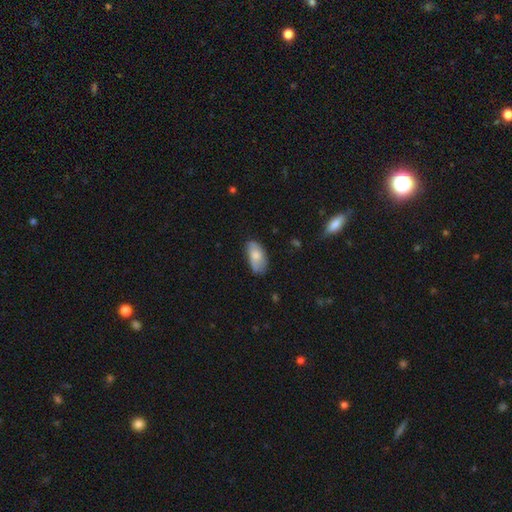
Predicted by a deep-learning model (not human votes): The model was most divided on "merging": none: 65%, minor disturbance: 28%, major disturbance: 6%, merger: 2%. More confident: how rounded — in between (93%); smooth or featured — smooth (74%).